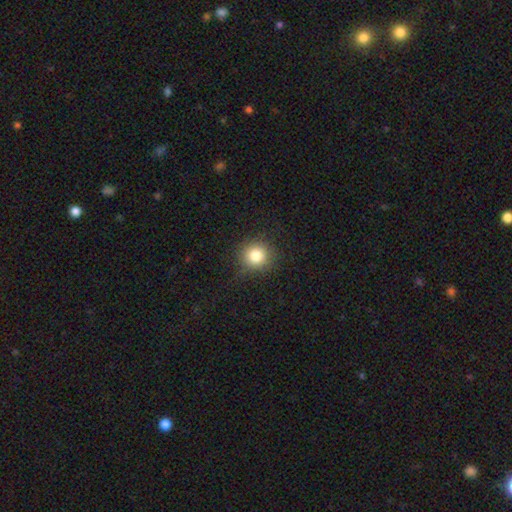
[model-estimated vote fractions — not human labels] Smooth or featured? Predicted: smooth (p=0.81). How rounded? Predicted: round (p=0.92). Merging? Predicted: none (p=0.86).